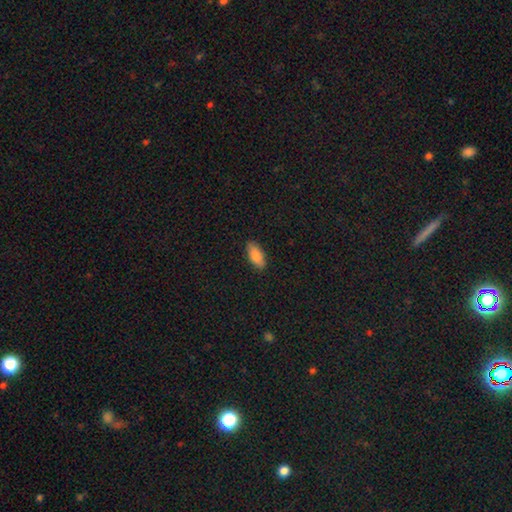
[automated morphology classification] Overall: smooth (84%). How rounded: in between (84%). Merging: none (88%).